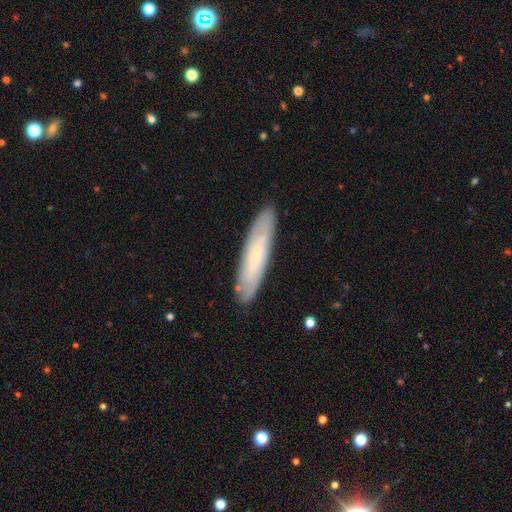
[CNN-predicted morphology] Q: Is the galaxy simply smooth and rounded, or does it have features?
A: smooth — 52%.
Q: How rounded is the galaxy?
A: cigar-shaped — 82%.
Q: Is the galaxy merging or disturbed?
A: none — 88%.